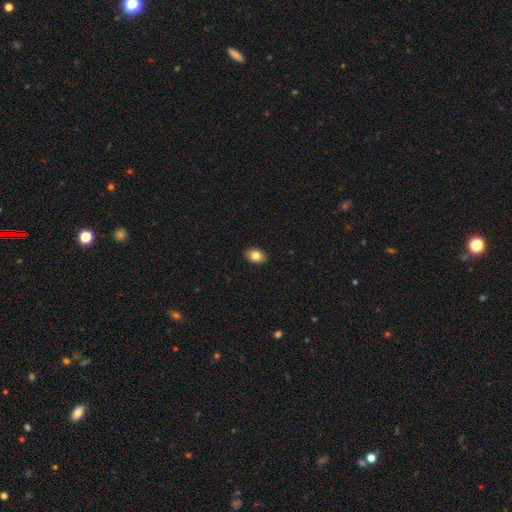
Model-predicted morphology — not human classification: smooth-or-featured: smooth: 83% | featured or disk: 9% | star or artifact: 8%
  how-rounded: in between: 76% | round: 23% | cigar-shaped: 1%
  merging: none: 91% | minor disturbance: 7% | major disturbance: 2% | merger: 1%